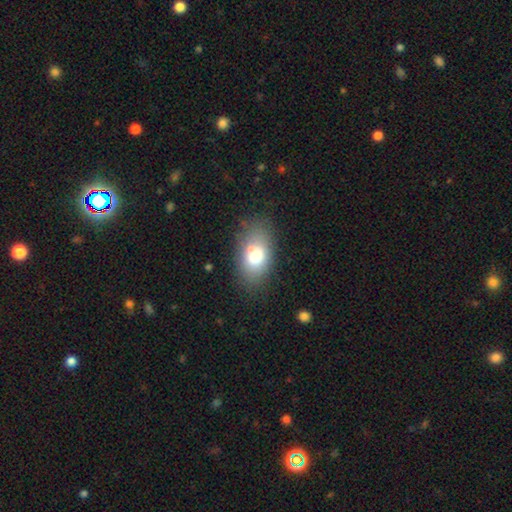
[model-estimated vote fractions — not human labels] Morphology: type=smooth (73%); roundness=in between (86%); merging=none (70%).